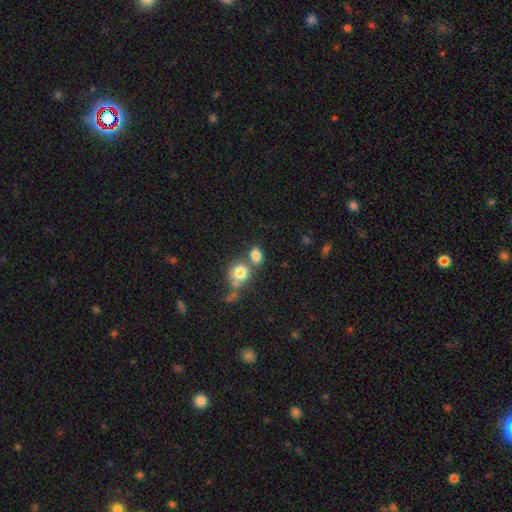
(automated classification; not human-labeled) Q: Smooth or featured?
A: smooth (81%); runner-up: star or artifact (10%)
Q: How rounded?
A: in between (59%); runner-up: round (40%)
Q: Merging?
A: none (45%); runner-up: merger (40%)